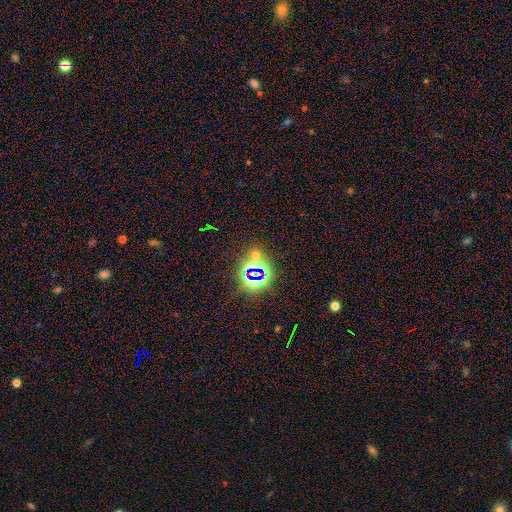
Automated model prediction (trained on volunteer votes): Overall: star or artifact (72%).